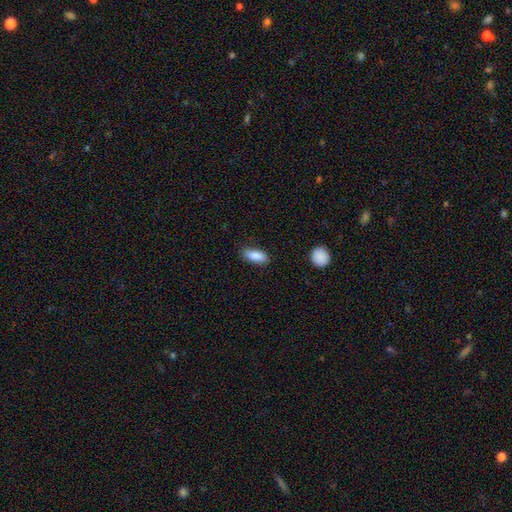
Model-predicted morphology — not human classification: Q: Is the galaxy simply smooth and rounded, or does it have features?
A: smooth — 88%.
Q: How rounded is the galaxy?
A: in between — 84%.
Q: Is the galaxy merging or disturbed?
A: none — 82%.